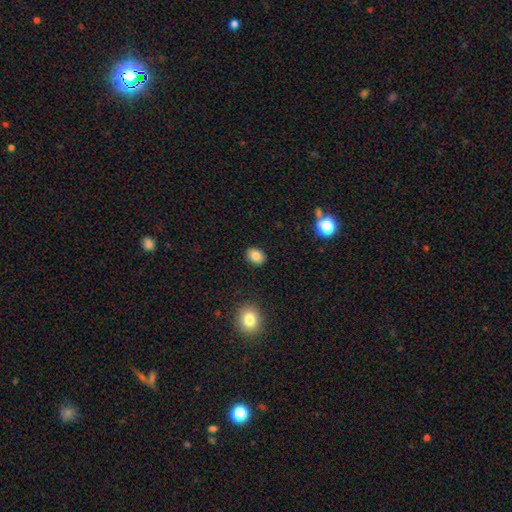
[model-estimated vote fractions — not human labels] Smooth or featured? smooth (82%)
How rounded? in between (62%)
Merging? none (89%)